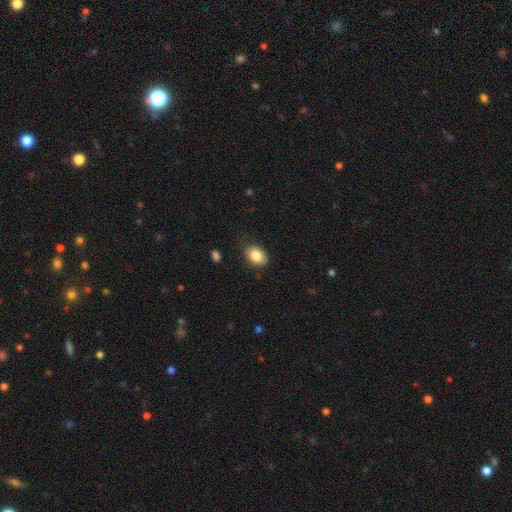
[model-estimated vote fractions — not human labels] A smooth galaxy with no disk features (85%) that is in between round and cigar-shaped (80%). Merging: none (80%).